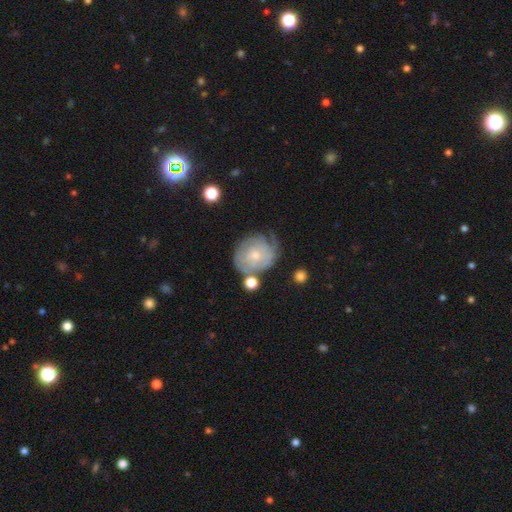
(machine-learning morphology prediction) A featured or disk galaxy (64%) with no bar (79%), spiral arms (78%) and a small central bulge (52%). Merging: none (53%).